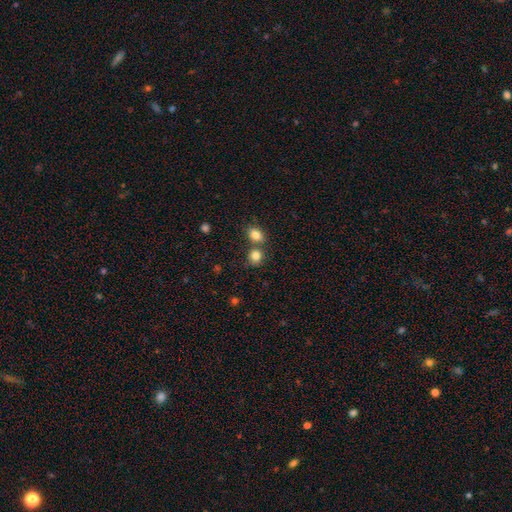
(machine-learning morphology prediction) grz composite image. It shows a smooth galaxy with no disk features (83%) that is round (71%). Merging: none (57%).